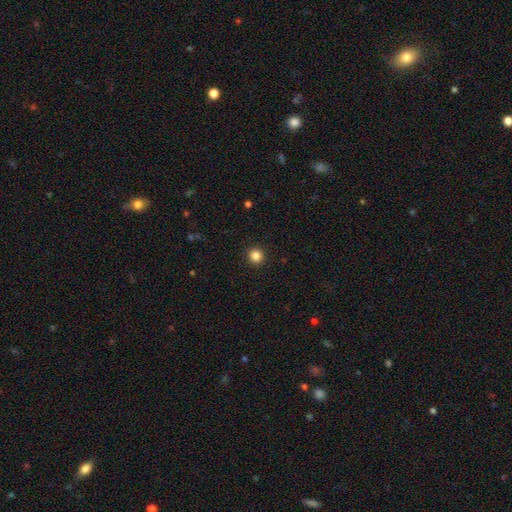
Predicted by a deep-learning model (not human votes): smooth_or_featured: smooth (p=0.85) [alt: star or artifact p=0.11]
how_rounded: round (p=0.94) [alt: in between p=0.05]
merging: none (p=0.92) [alt: minor disturbance p=0.05]